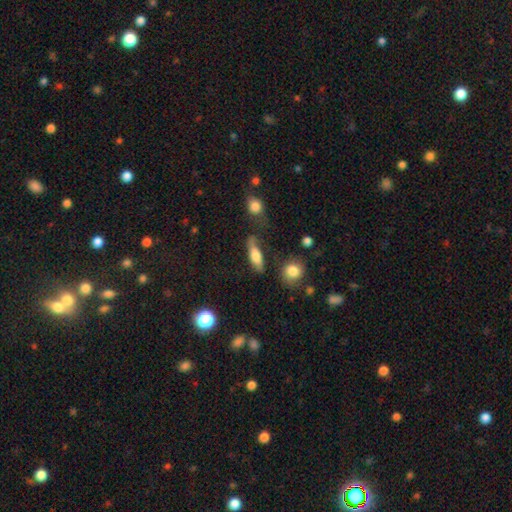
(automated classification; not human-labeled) A smooth galaxy with no disk features (70%) that is in between round and cigar-shaped (52%). Merging: none (59%).